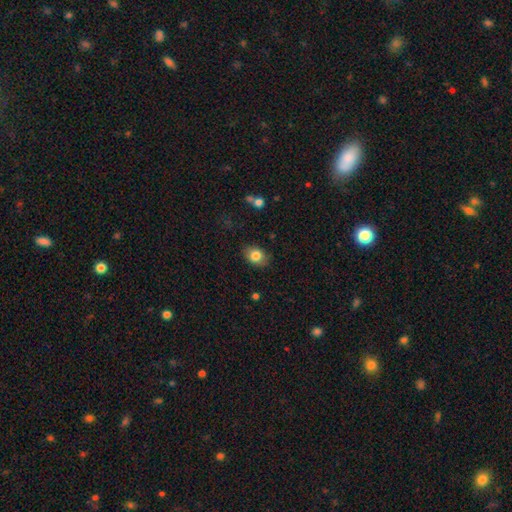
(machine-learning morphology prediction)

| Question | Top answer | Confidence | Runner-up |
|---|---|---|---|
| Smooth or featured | smooth | 82% | featured or disk (10%) |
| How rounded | in between | 70% | round (29%) |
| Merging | none | 83% | minor disturbance (13%) |